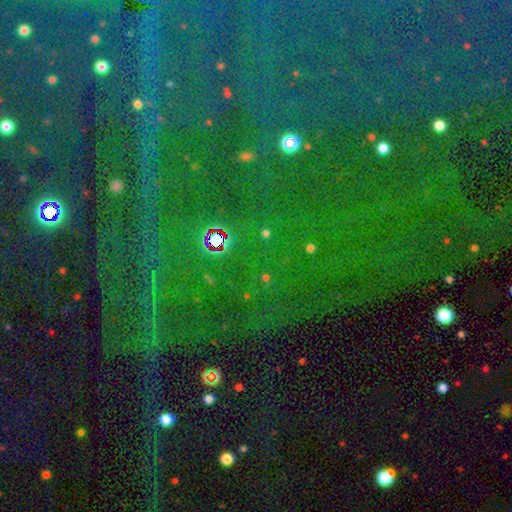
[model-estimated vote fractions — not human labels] This is clearly a star or artifact rather than a galaxy (86%).